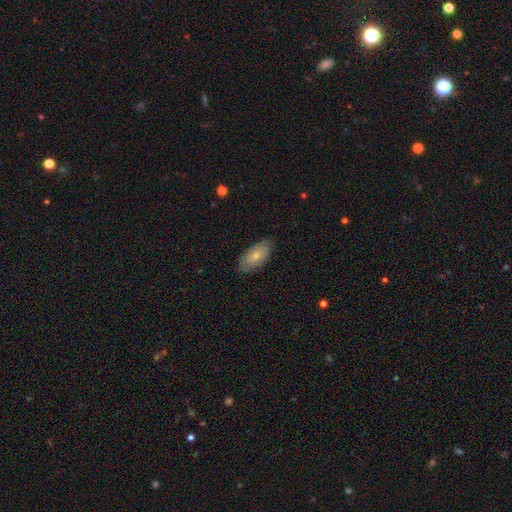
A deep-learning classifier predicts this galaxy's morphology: type=smooth (77%); roundness=in between (90%); merging=none (82%).